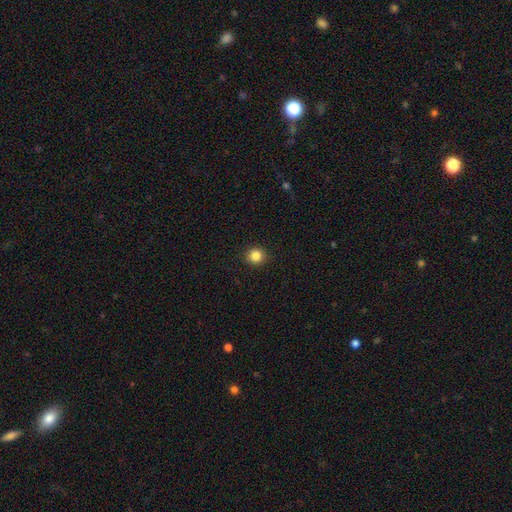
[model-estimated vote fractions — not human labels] A smooth galaxy with no disk features (85%) that is round (91%).

Vote fractions:
- Smooth or featured? smooth: 85% / star or artifact: 11% / featured or disk: 4%
- How rounded? round: 91% / in between: 8% / cigar-shaped: 1%
- Merging? none: 93% / minor disturbance: 5% / major disturbance: 2% / merger: 1%